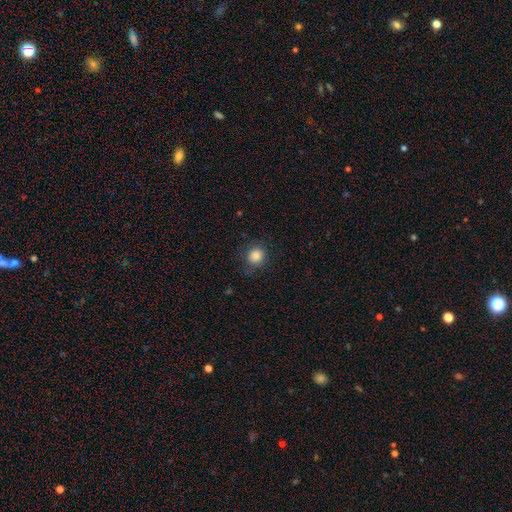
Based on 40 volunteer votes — smooth 82%, star or artifact 10%, featured or disk 8%. Down the decision tree: how rounded — round (82%); merging — none (72%).